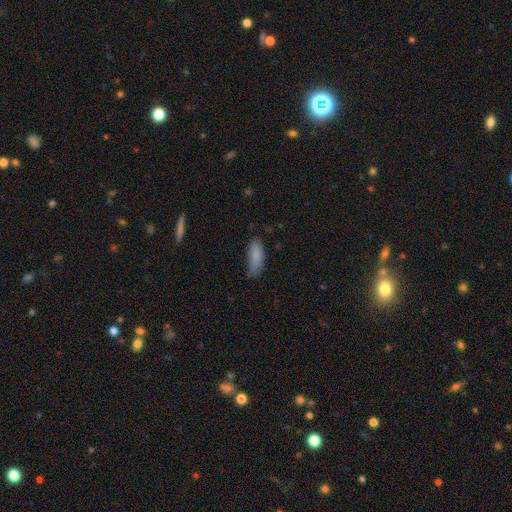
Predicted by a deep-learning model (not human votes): Smooth or featured?
  - smooth: 85% *
  - featured or disk: 8%
  - star or artifact: 7%
How rounded?
  - in between: 72% *
  - cigar-shaped: 26%
  - round: 2%
Merging?
  - none: 64% *
  - minor disturbance: 28%
  - major disturbance: 6%
  - merger: 2%